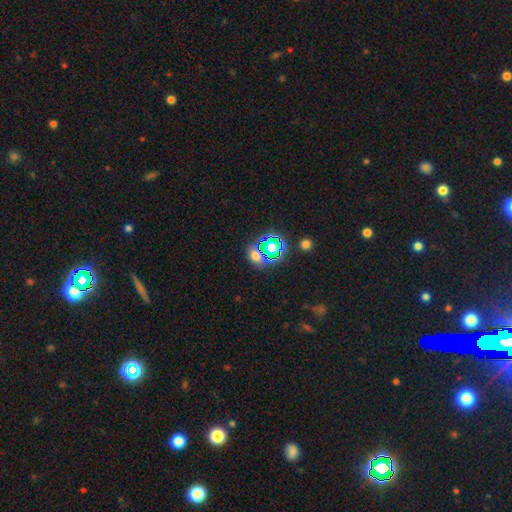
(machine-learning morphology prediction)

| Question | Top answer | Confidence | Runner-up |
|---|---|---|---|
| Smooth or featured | smooth | 47% | star or artifact (44%) |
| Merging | none | 71% | merger (14%) |